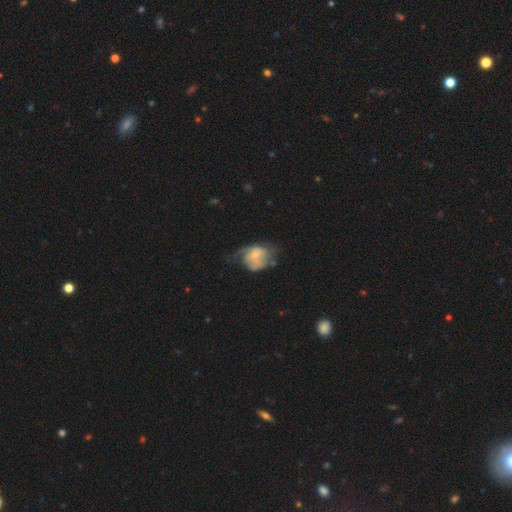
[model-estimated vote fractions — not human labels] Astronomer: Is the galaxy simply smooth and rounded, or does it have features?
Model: featured or disk — 58% (runner-up: smooth, 35%).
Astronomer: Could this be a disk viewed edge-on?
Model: no — 97%.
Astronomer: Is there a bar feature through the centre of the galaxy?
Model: no — 70%.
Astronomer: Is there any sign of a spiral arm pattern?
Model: yes — 70%.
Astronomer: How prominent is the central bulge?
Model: small — 63%.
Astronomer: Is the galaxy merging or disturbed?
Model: none — 34% (runner-up: major disturbance, 33%).